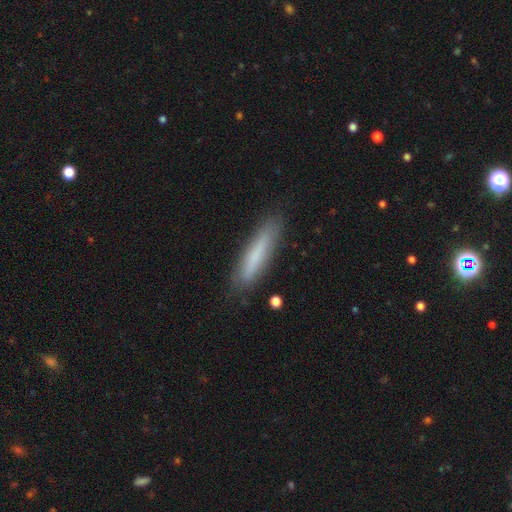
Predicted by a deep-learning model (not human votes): This appears to be a smooth galaxy with no disk features (72%) that is cigar-shaped (87%). Merging: none (82%).